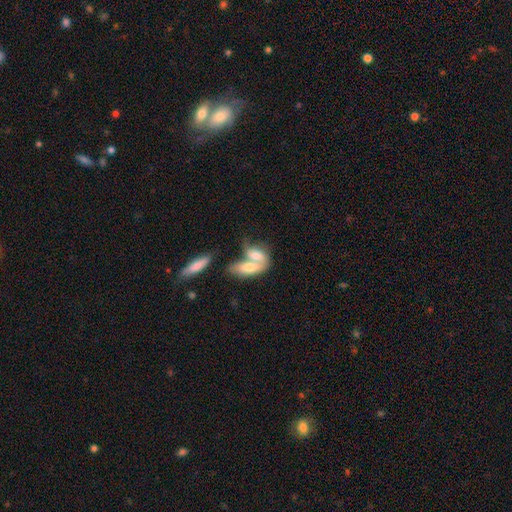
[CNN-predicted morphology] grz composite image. It shows a smooth galaxy with no disk features (63%) that is in between round and cigar-shaped (79%). Merging: merger (72%).